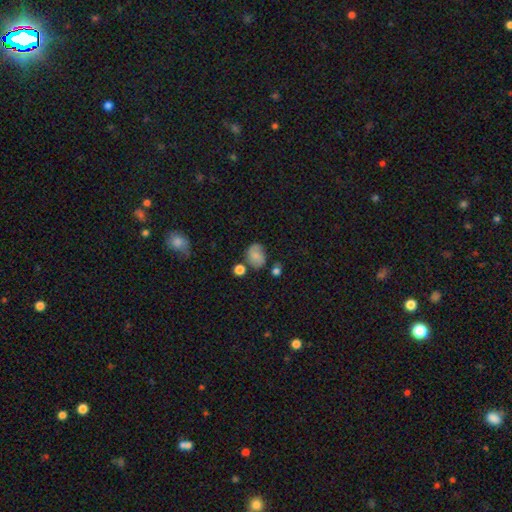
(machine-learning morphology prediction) This is likely a smooth galaxy (67%). How rounded: possibly in between (59%). Merging: likely none (63%).